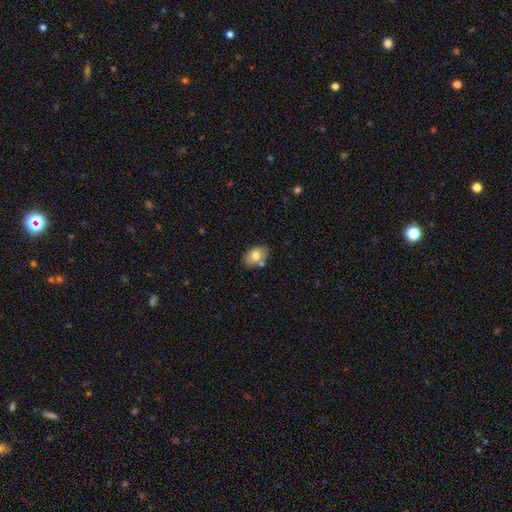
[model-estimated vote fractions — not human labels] The model was most divided on "merging": none: 72%, minor disturbance: 15%, merger: 10%, major disturbance: 3%. More confident: how rounded — in between (85%); smooth or featured — smooth (76%).